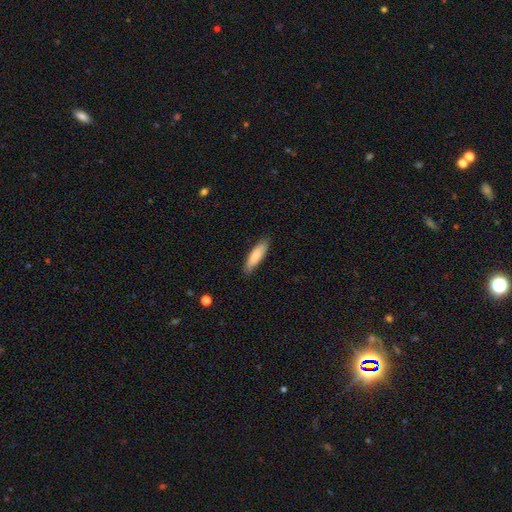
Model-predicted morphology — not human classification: Overall: smooth (81%). How rounded: cigar-shaped (62%; in between 37%). Merging: none (86%).